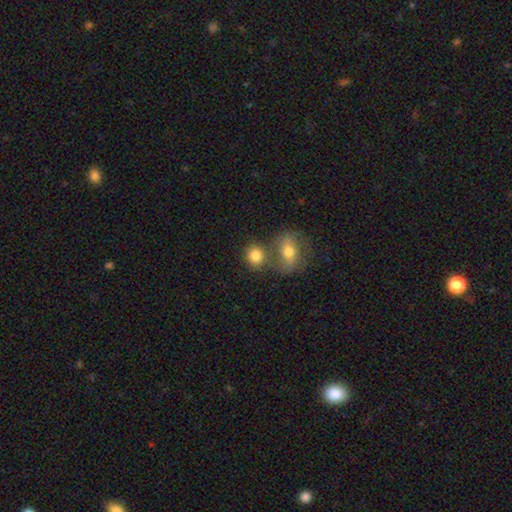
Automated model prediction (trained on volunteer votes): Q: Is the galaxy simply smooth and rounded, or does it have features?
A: smooth — 81%.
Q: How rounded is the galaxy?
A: round — 73%.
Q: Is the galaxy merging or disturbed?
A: none — 53%.